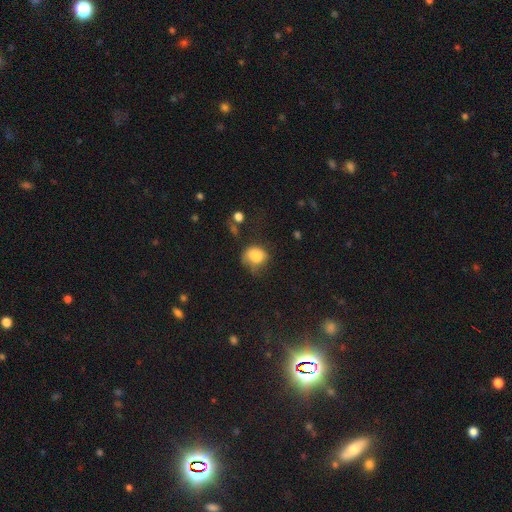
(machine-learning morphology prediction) type=smooth (78%); roundness=round (55%); merging=none (33%, tied with minor disturbance).